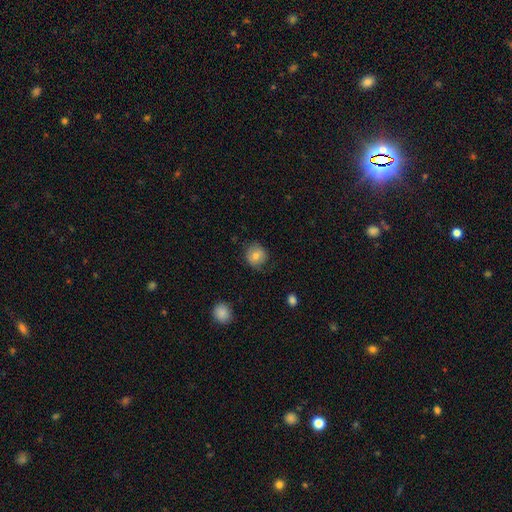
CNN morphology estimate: smooth-or-featured: smooth: 74% | featured or disk: 17% | star or artifact: 9%
  how-rounded: round: 88% | in between: 11% | cigar-shaped: 1%
  merging: none: 77% | minor disturbance: 17% | major disturbance: 5% | merger: 1%